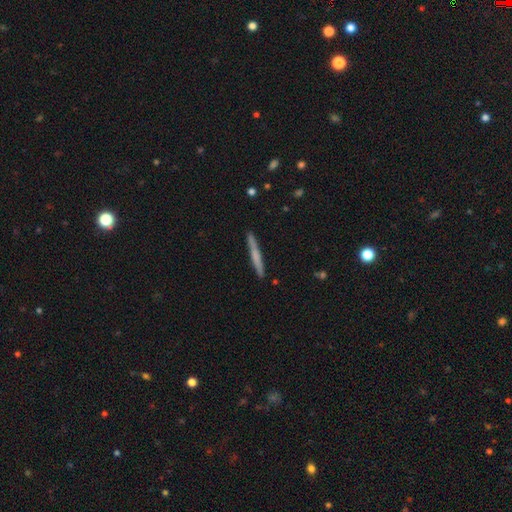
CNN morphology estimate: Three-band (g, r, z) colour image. It shows a smooth galaxy with no disk features (54%) that is cigar-shaped (97%). Merging: none (90%).